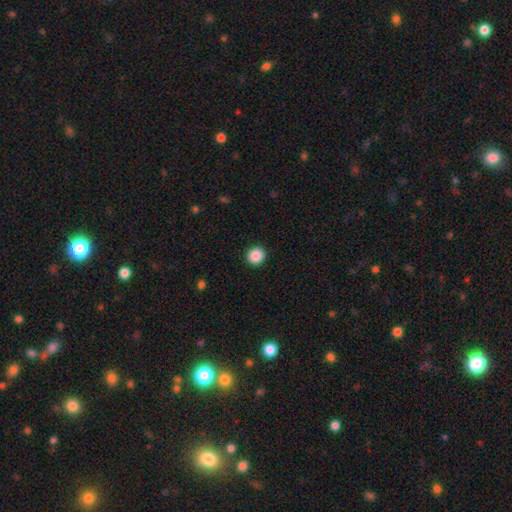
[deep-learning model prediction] This is clearly a smooth galaxy (88%). How rounded: clearly round (92%). Merging: clearly none (93%).